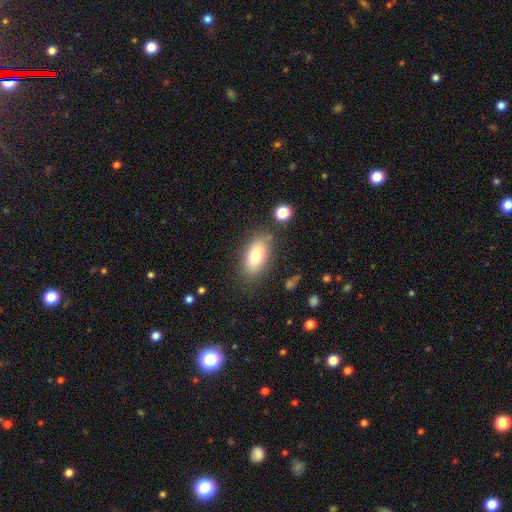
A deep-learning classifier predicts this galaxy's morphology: type=smooth (76%); roundness=in between (89%); merging=none (78%).